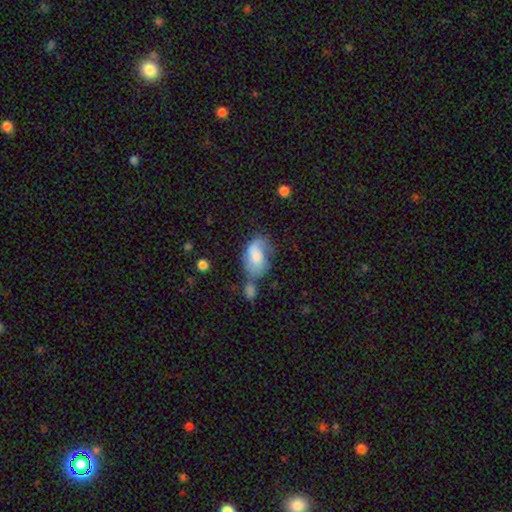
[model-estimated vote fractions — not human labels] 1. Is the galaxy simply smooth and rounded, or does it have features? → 63% smooth, 29% featured or disk, 8% star or artifact.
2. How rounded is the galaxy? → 88% in between, 10% round, 2% cigar-shaped.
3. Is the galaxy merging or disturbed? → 28% merger, 25% none, 25% minor disturbance, 22% major disturbance.